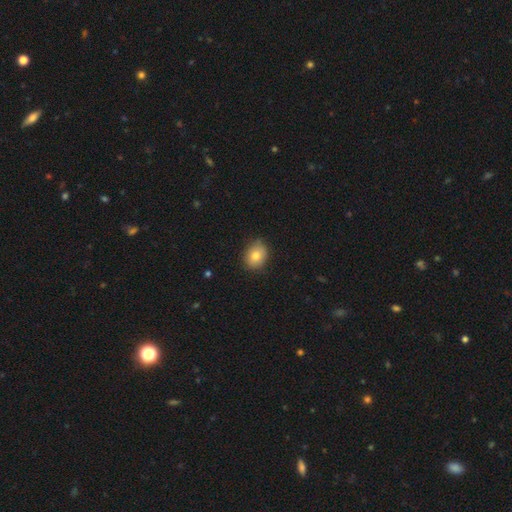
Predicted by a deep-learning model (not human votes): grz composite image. It shows a smooth galaxy with no disk features (81%) that is in between round and cigar-shaped (54%). Merging: none (80%).